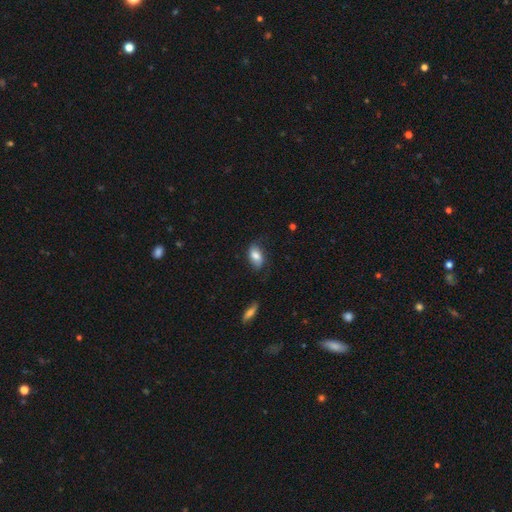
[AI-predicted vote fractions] Smooth or featured? smooth (74%)
How rounded? in between (90%)
Merging? none (65%)